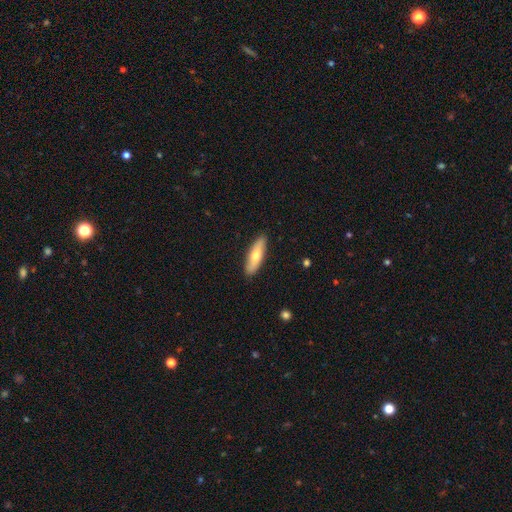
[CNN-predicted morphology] Smooth or featured?
  - smooth: 65% *
  - featured or disk: 30%
  - star or artifact: 5%
How rounded?
  - cigar-shaped: 55% *
  - in between: 43%
  - round: 2%
Merging?
  - none: 89% *
  - minor disturbance: 9%
  - major disturbance: 2%
  - merger: 1%